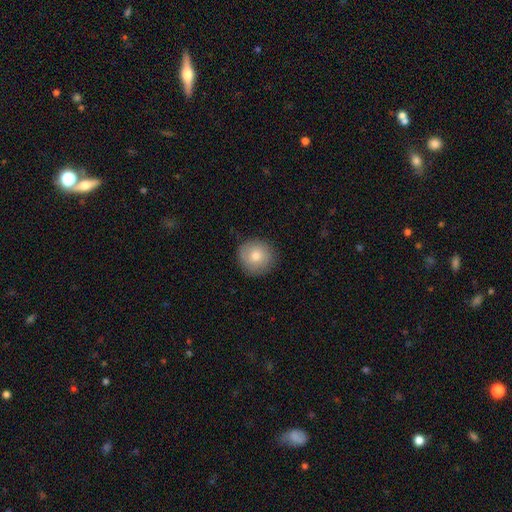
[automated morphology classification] Smooth or featured? Predicted: smooth (p=0.77). How rounded? Predicted: round (p=0.94). Merging? Predicted: none (p=0.87).